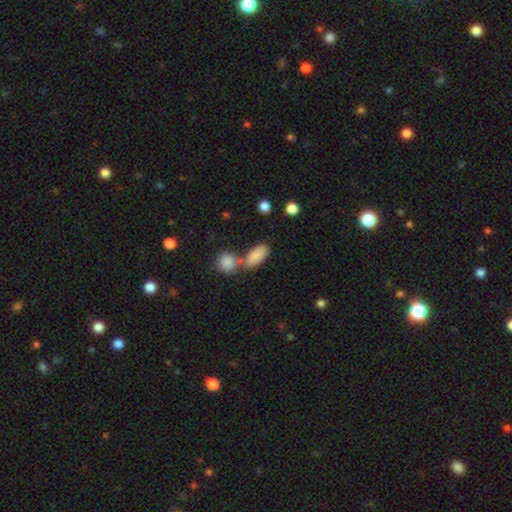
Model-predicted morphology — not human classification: The model was most divided on "merging": none: 51%, merger: 33%, minor disturbance: 12%, major disturbance: 4%. More confident: how rounded — in between (89%); smooth or featured — smooth (86%).